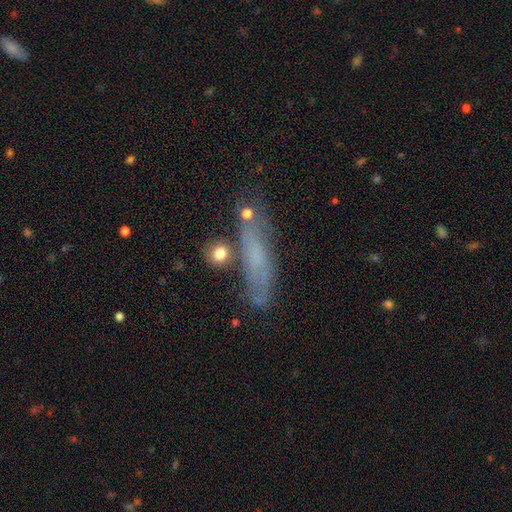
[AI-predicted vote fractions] A smooth galaxy with no disk features (48%).

Vote fractions:
- Smooth or featured? smooth: 48% / featured or disk: 39% / star or artifact: 13%
- Merging? none: 58% / minor disturbance: 23% / major disturbance: 11% / merger: 8%